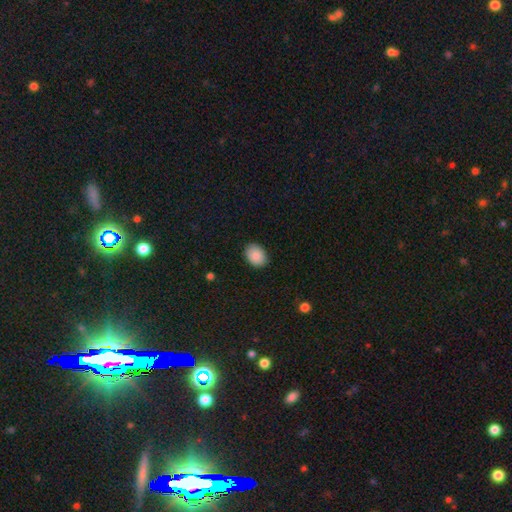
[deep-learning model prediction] This is clearly a smooth galaxy (89%). How rounded: likely in between (75%). Merging: clearly none (87%).